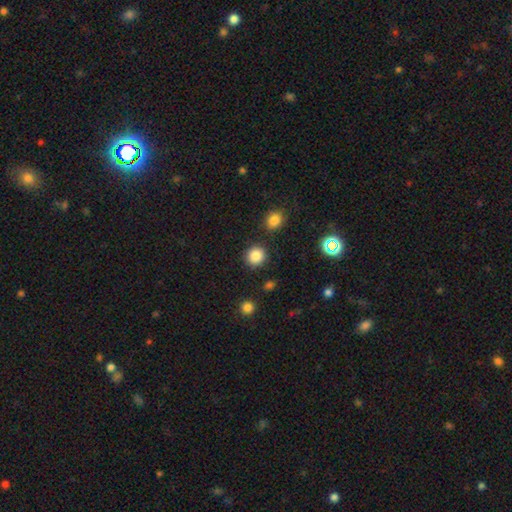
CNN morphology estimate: smooth-or-featured: smooth: 86% | star or artifact: 10% | featured or disk: 4%
  how-rounded: round: 91% | in between: 8% | cigar-shaped: 1%
  merging: none: 88% | minor disturbance: 6% | merger: 3% | major disturbance: 2%